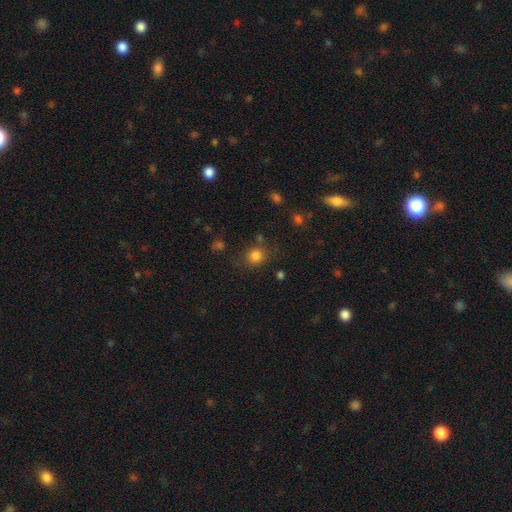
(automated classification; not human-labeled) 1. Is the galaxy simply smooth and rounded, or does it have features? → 82% smooth, 13% star or artifact, 5% featured or disk.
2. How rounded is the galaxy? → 82% round, 17% in between, 1% cigar-shaped.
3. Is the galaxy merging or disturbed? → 76% none, 12% minor disturbance, 6% merger, 5% major disturbance.